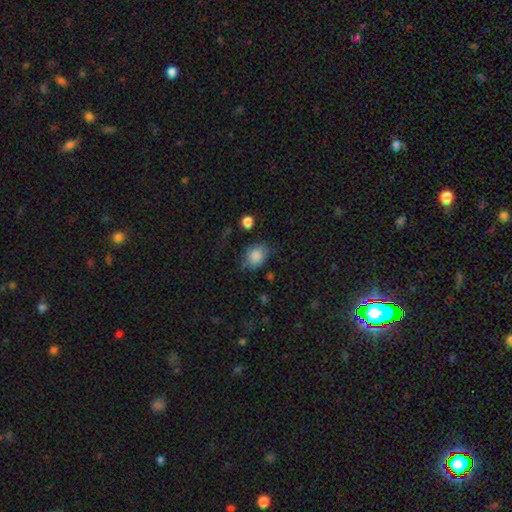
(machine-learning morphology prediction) A smooth galaxy with no disk features (85%) that is in between round and cigar-shaped (61%).

Vote fractions:
- Smooth or featured? smooth: 85% / star or artifact: 8% / featured or disk: 7%
- How rounded? in between: 61% / round: 38% / cigar-shaped: 1%
- Merging? none: 64% / minor disturbance: 25% / major disturbance: 8% / merger: 3%